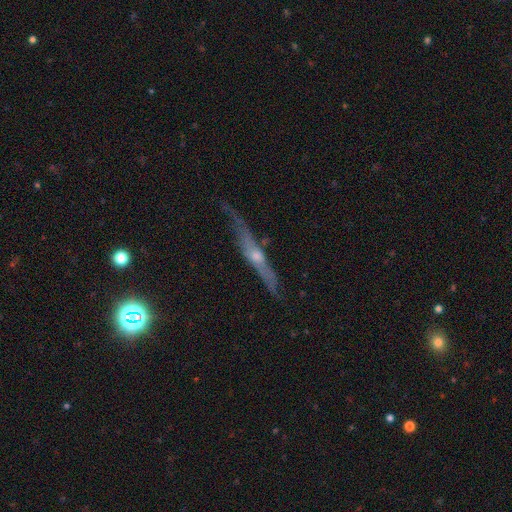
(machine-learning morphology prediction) A featured or disk galaxy (69%) viewed edge-on (89%) with a rounded central bulge (74%).

Vote fractions:
- Smooth or featured? featured or disk: 69% / smooth: 23% / star or artifact: 8%
- Edge-on disk? yes: 89% / no: 11%
- Edge-on bulge? rounded: 74% / none: 21% / boxy: 5%
- Merging? none: 62% / minor disturbance: 26% / major disturbance: 9% / merger: 3%